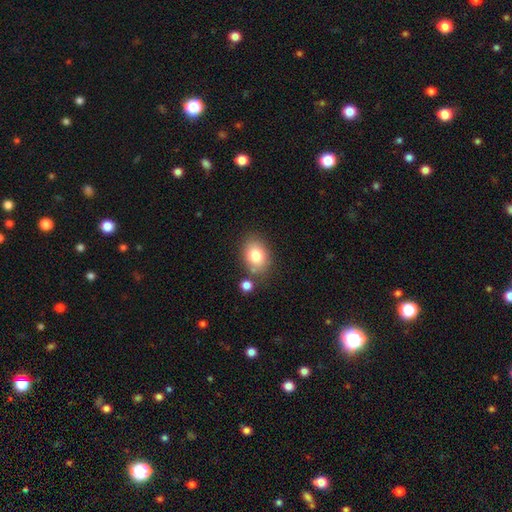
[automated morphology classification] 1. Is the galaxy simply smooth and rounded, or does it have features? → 80% smooth, 10% featured or disk, 10% star or artifact.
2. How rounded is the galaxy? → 64% in between, 35% round, 1% cigar-shaped.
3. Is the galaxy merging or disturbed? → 73% none, 13% minor disturbance, 10% merger, 4% major disturbance.